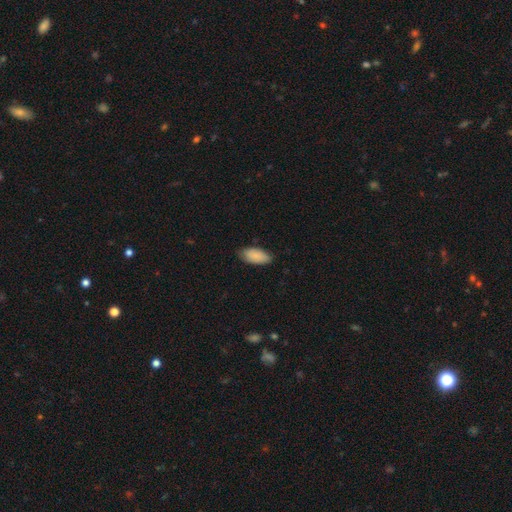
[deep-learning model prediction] smooth 87%, featured or disk 7%, star or artifact 6%. Down the decision tree: how rounded — in between (92%); merging — none (75%).